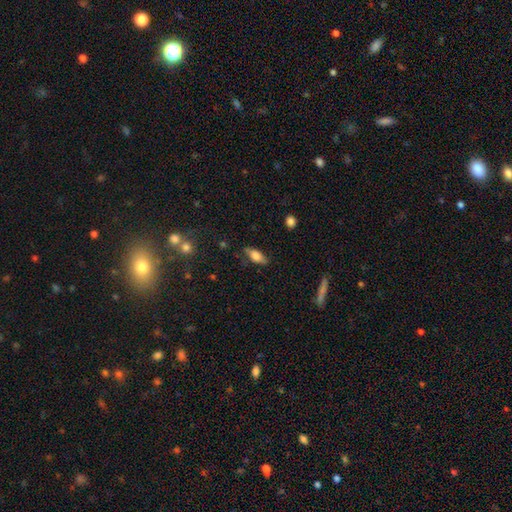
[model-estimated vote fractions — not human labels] The model was most divided on "merging": none: 72%, minor disturbance: 21%, major disturbance: 5%, merger: 2%. More confident: how rounded — in between (81%); smooth or featured — smooth (77%).